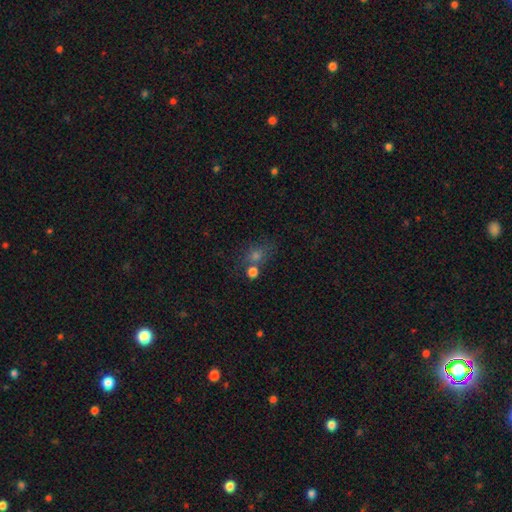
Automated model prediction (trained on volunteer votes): This appears to be a smooth galaxy with no disk features (56%) that is round (61%). Merging: none (57%).